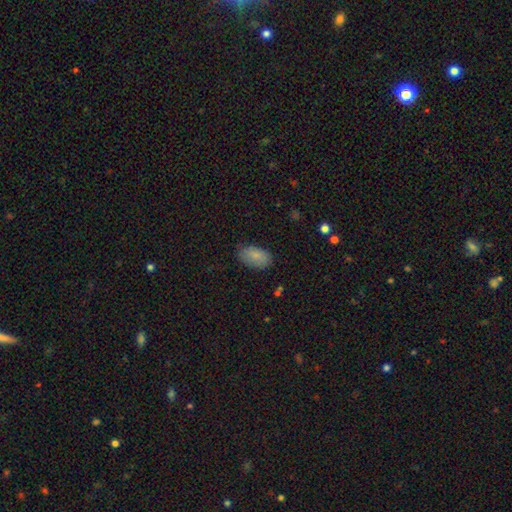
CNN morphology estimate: Q: Smooth or featured?
A: smooth (85%); runner-up: featured or disk (8%)
Q: How rounded?
A: in between (93%); runner-up: round (5%)
Q: Merging?
A: none (80%); runner-up: minor disturbance (15%)